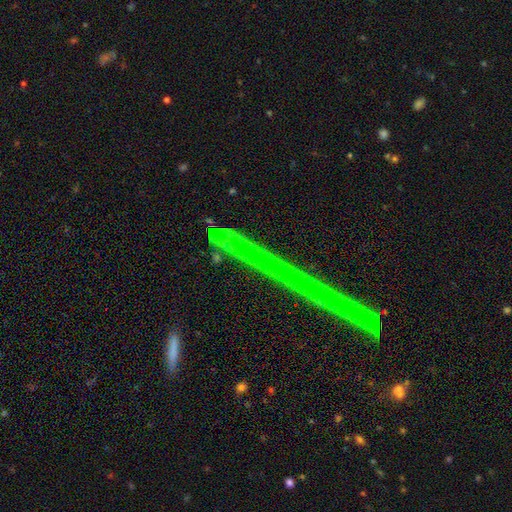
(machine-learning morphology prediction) A star or artifact, not a galaxy (48%).

Vote fractions:
- Smooth or featured? star or artifact: 48% / featured or disk: 36% / smooth: 15%